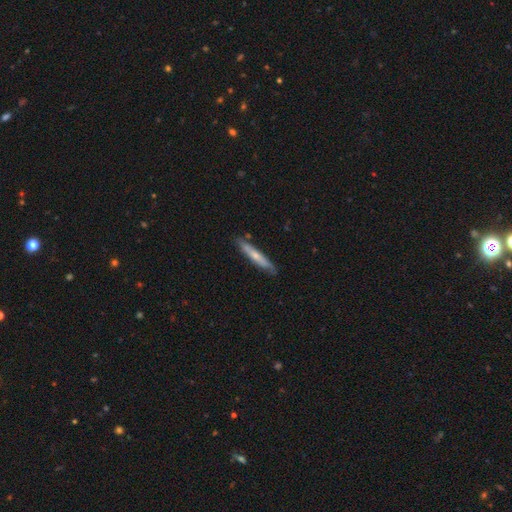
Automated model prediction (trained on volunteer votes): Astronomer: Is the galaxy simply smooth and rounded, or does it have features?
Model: smooth — 53% (runner-up: featured or disk, 42%).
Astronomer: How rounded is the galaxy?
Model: cigar-shaped — 92%.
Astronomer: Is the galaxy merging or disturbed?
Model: none — 82%.